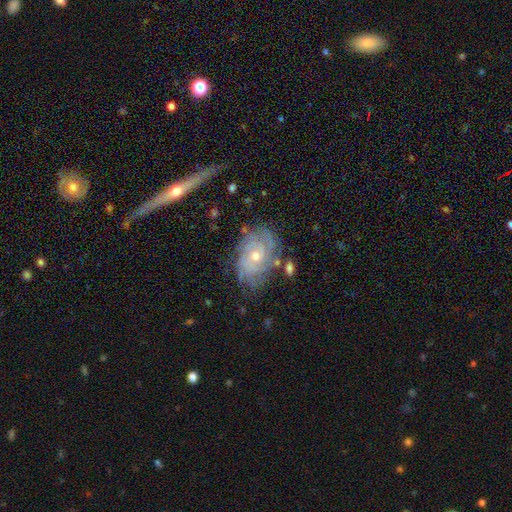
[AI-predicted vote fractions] Morphology: type=featured or disk (81%); edge-on=no (95%); bar=no (79%); spiral arms=yes (92%); winding=tight (72%); arm count=can't tell (42%); bulge=small (58%); merging=none (70%).